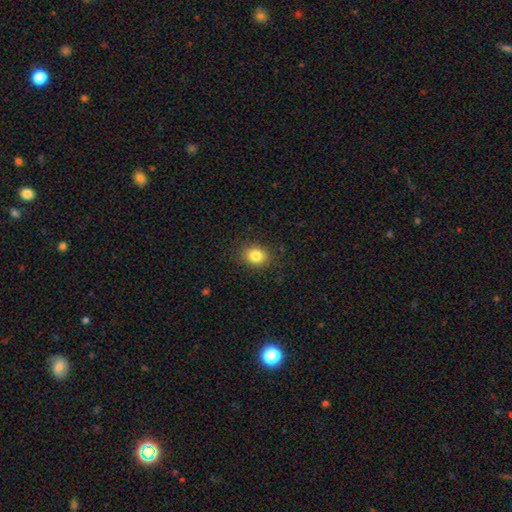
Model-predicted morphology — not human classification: smooth_or_featured: smooth (p=0.82) [alt: star or artifact p=0.11]
how_rounded: round (p=0.60) [alt: in between p=0.39]
merging: none (p=0.87) [alt: minor disturbance p=0.09]